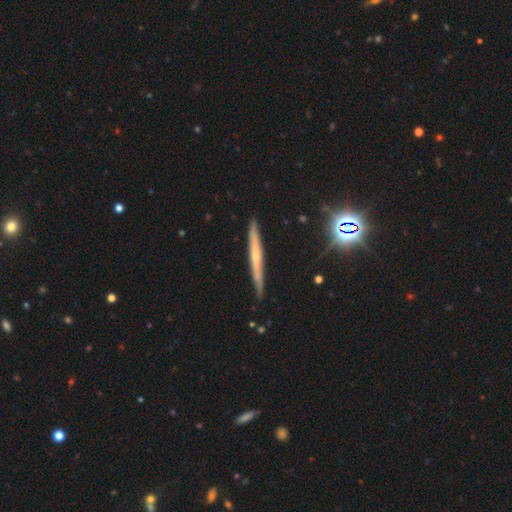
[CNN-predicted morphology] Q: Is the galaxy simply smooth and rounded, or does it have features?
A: featured or disk — 61%.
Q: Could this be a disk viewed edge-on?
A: yes — 95%.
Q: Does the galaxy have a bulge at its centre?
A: rounded — 48%, tied with none.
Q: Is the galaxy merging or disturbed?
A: none — 87%.